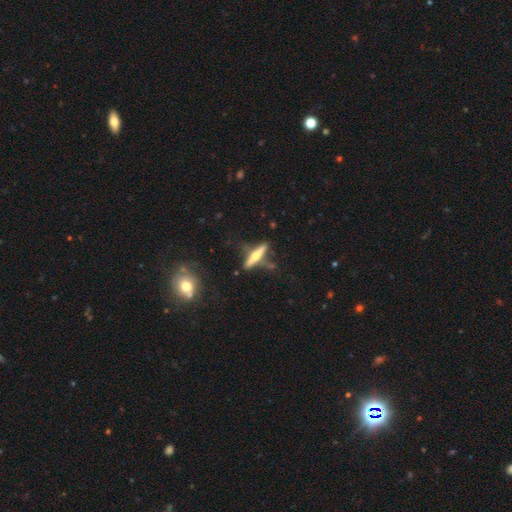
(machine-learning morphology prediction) The model was most divided on "smooth or featured": featured or disk: 66%, smooth: 28%, star or artifact: 6%. More confident: edge-on disk — yes (95%); edge-on bulge — rounded (92%); merging — none (70%).